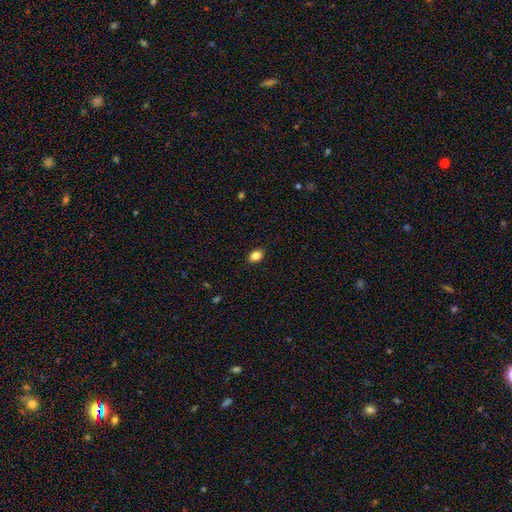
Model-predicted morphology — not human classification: Smooth or featured: smooth — 85% (star or artifact — 10%)
How rounded: in between — 69% (round — 30%)
Merging: none — 89% (minor disturbance — 8%)